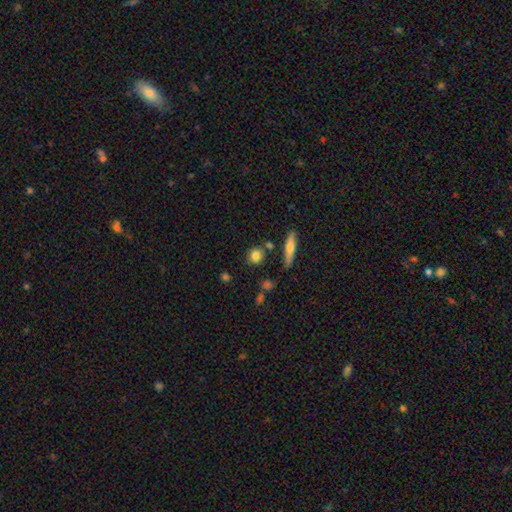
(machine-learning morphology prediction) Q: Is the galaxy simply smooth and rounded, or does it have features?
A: smooth — 81%.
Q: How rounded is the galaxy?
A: round — 75%.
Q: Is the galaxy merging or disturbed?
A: none — 77%.